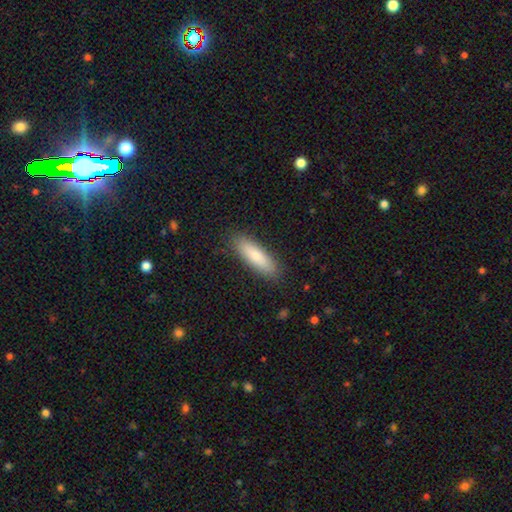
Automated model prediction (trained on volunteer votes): Smooth or featured? smooth (82%)
How rounded? cigar-shaped (59%)
Merging? none (88%)